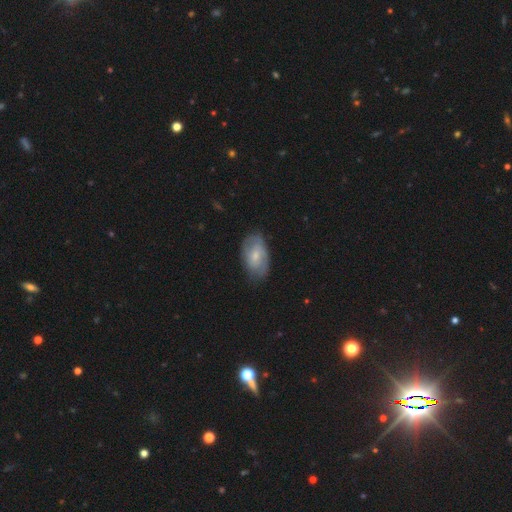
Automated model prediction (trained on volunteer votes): A featured or disk galaxy (49%). Merging: none (72%).